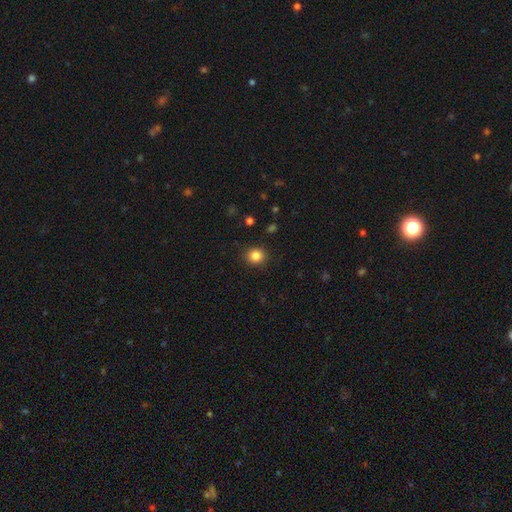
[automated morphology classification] Q: Smooth or featured?
A: smooth (84%); runner-up: star or artifact (11%)
Q: How rounded?
A: round (84%); runner-up: in between (15%)
Q: Merging?
A: none (90%); runner-up: minor disturbance (6%)